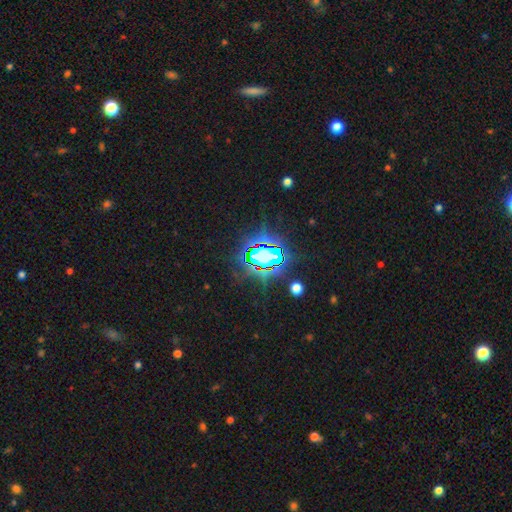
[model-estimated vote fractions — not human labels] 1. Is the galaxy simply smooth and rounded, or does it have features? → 81% star or artifact, 11% smooth, 8% featured or disk.